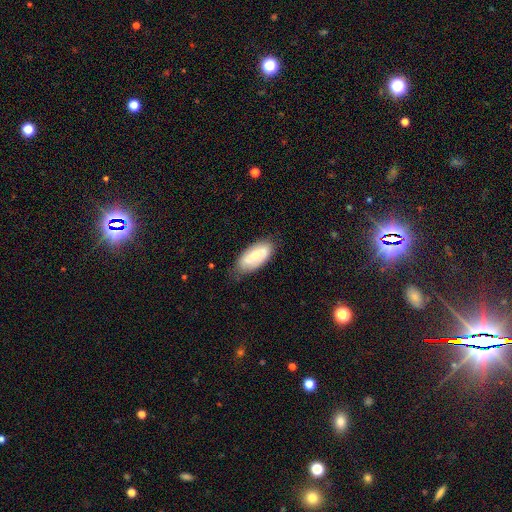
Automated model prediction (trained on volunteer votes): This is possibly a smooth galaxy (51%). How rounded: clearly in between (90%). Merging: likely none (74%).